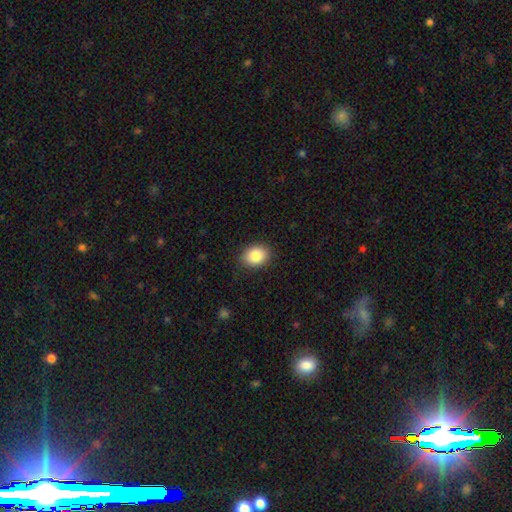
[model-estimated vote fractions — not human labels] Smooth or featured? Predicted: smooth (p=0.86). How rounded? Predicted: in between (p=0.58). Merging? Predicted: none (p=0.87).